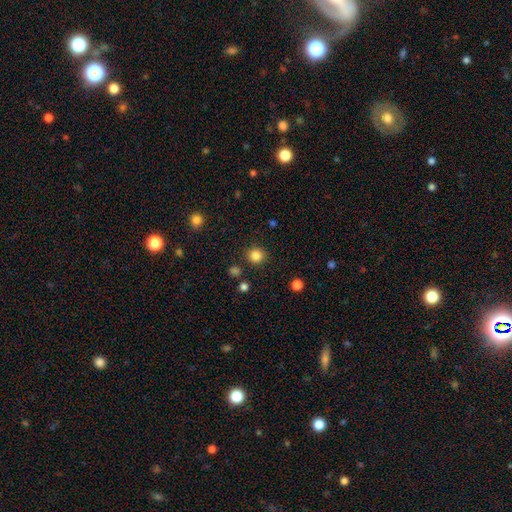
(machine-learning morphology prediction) This is clearly a smooth galaxy (84%). How rounded: clearly round (92%). Merging: clearly none (89%).